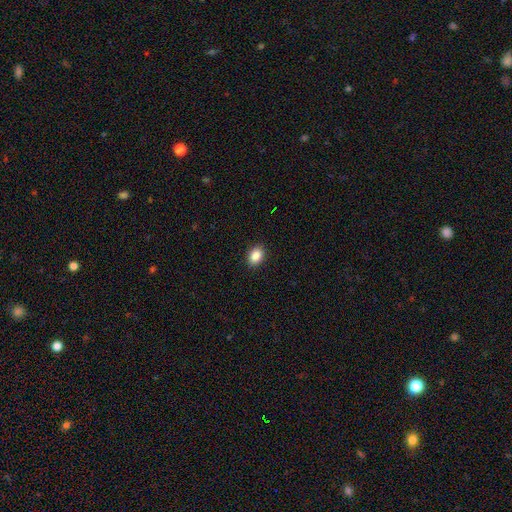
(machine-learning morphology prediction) This appears to be a smooth galaxy with no disk features (87%) that is in between round and cigar-shaped (72%). Merging: none (91%).